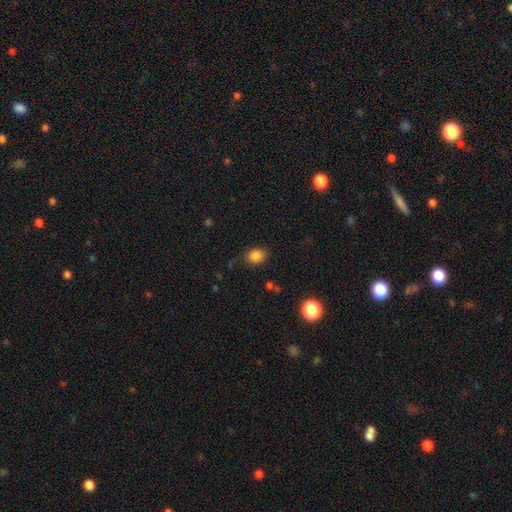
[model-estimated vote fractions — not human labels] Q: Smooth or featured?
A: smooth (84%); runner-up: star or artifact (11%)
Q: How rounded?
A: in between (57%); runner-up: round (42%)
Q: Merging?
A: none (79%); runner-up: minor disturbance (15%)